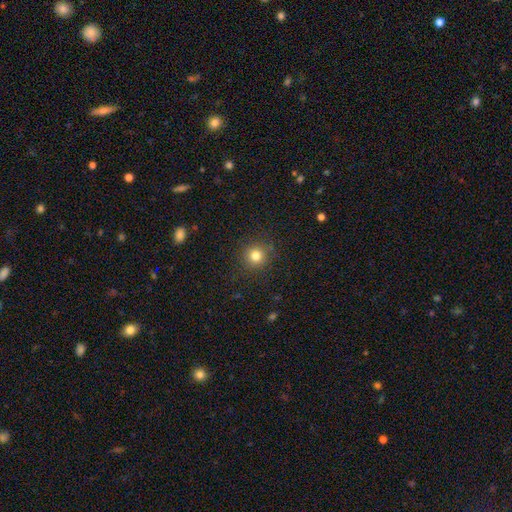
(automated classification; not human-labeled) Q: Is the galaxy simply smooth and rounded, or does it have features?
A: smooth — 80%.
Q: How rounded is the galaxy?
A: round — 93%.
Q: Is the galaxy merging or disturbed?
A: none — 89%.